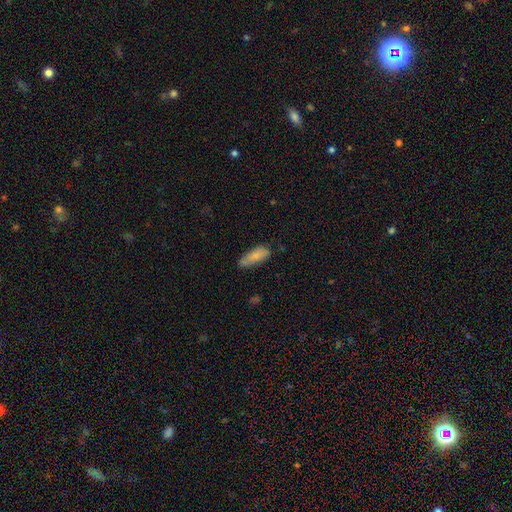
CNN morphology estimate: smooth-or-featured: smooth: 83% | featured or disk: 11% | star or artifact: 6%
  how-rounded: in between: 63% | cigar-shaped: 36% | round: 2%
  merging: none: 70% | minor disturbance: 24% | major disturbance: 4% | merger: 2%